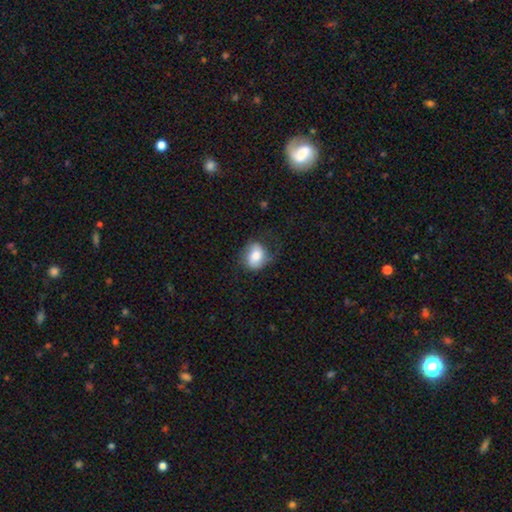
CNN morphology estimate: A smooth galaxy with no disk features (69%) that is in between round and cigar-shaped (59%). Merging: none (55%).